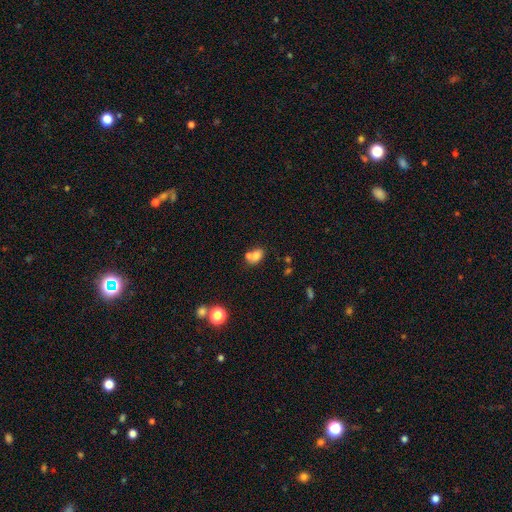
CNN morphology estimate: Smooth or featured: smooth — 73% (featured or disk — 15%)
How rounded: in between — 67% (round — 31%)
Merging: merger — 48% (none — 37%)